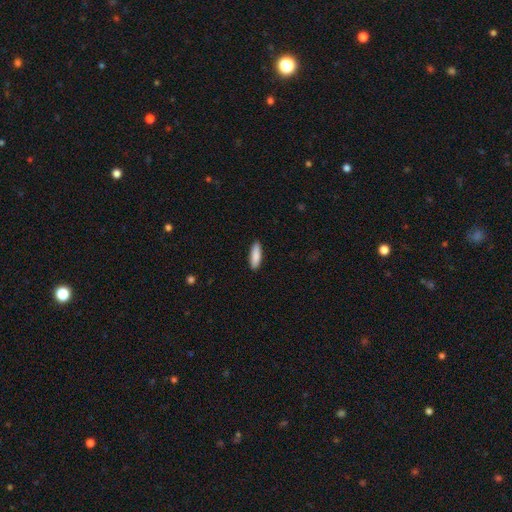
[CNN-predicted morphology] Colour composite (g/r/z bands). It shows a smooth galaxy with no disk features (87%) that is cigar-shaped (55%). Merging: none (89%).